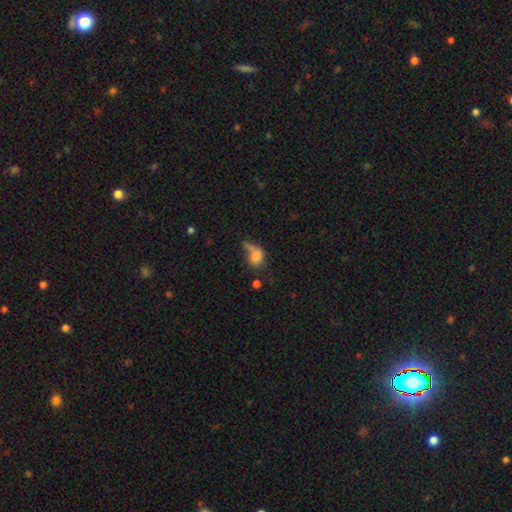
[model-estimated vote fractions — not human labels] Smooth or featured? smooth (70%)
How rounded? in between (69%)
Merging? major disturbance (33%)